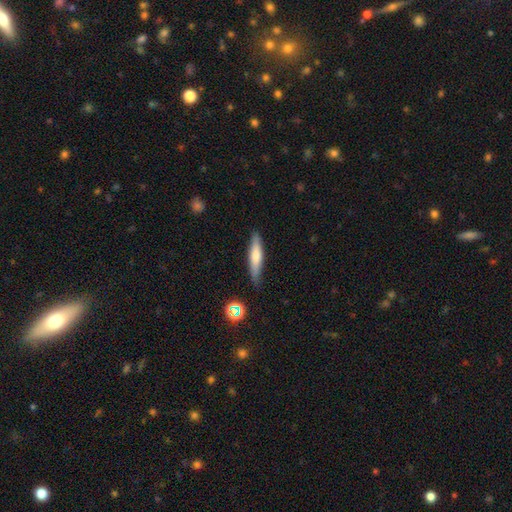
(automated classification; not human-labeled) smooth_or_featured: smooth (p=0.63) [alt: featured or disk p=0.30]
how_rounded: cigar-shaped (p=0.83) [alt: in between p=0.16]
merging: none (p=0.81) [alt: minor disturbance p=0.14]